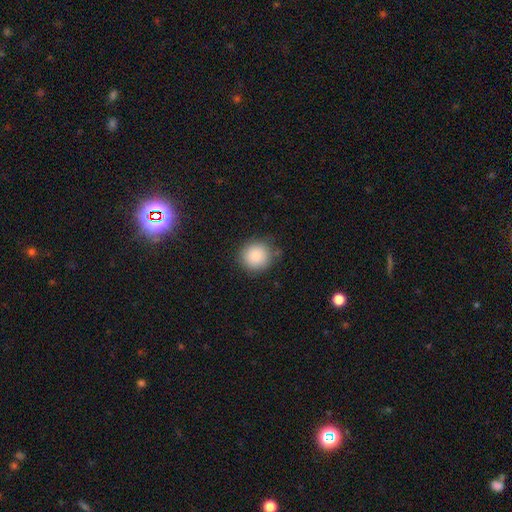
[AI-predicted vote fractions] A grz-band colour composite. It shows a smooth galaxy with no disk features (87%) that is round (91%). Merging: none (82%).